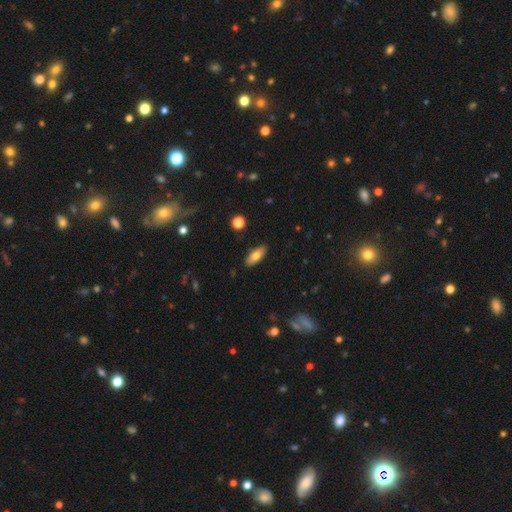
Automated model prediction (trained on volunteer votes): Smooth or featured? smooth (74%)
How rounded? in between (74%)
Merging? none (88%)